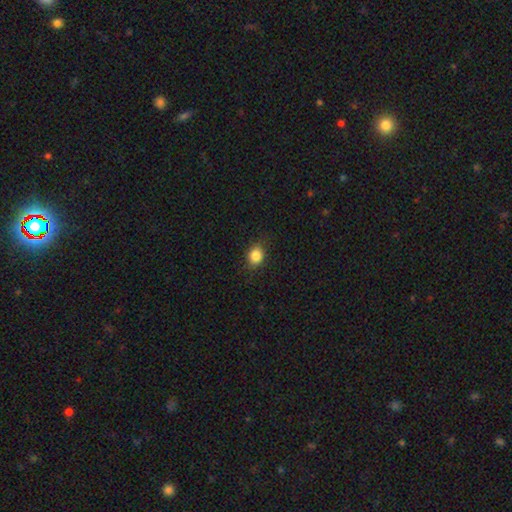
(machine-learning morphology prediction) This is clearly a smooth galaxy (85%). How rounded: likely round (64%). Merging: clearly none (83%).